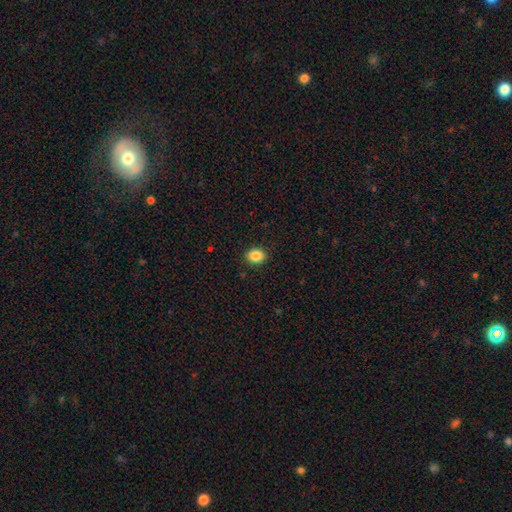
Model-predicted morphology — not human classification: A smooth galaxy with no disk features (87%) that is in between round and cigar-shaped (52%). Merging: none (90%).